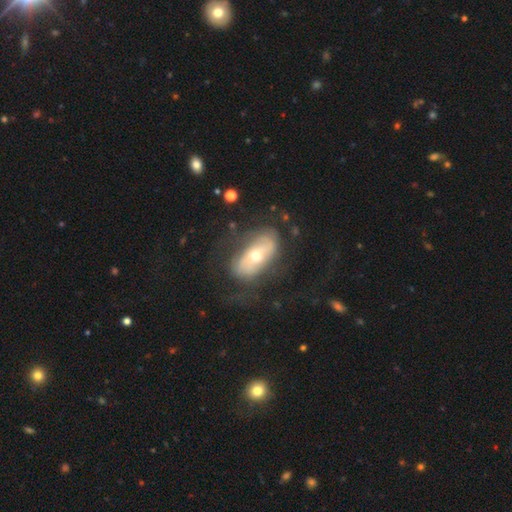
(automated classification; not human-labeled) Q: Smooth or featured?
A: featured or disk (56%); runner-up: smooth (37%)
Q: Edge-on disk?
A: no (86%); runner-up: yes (14%)
Q: Merging?
A: none (62%); runner-up: minor disturbance (20%)